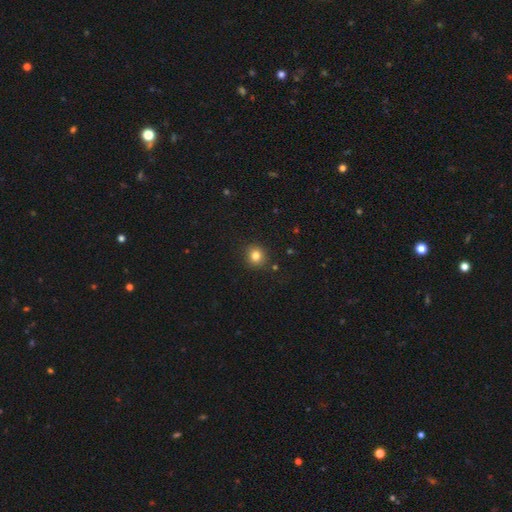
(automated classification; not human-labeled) Smooth or featured?
  - smooth: 81% *
  - star or artifact: 13%
  - featured or disk: 6%
How rounded?
  - round: 85% *
  - in between: 14%
  - cigar-shaped: 1%
Merging?
  - none: 89% *
  - minor disturbance: 7%
  - major disturbance: 2%
  - merger: 2%